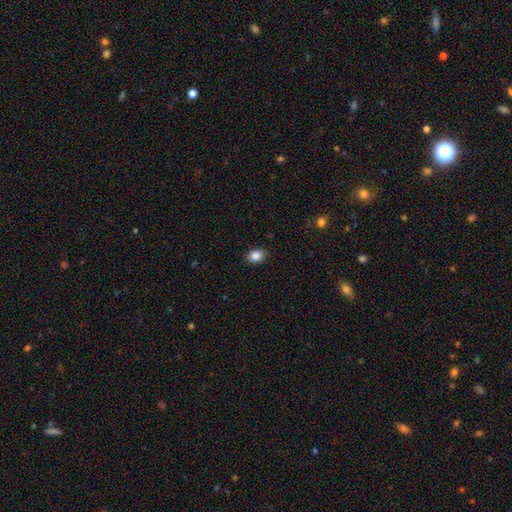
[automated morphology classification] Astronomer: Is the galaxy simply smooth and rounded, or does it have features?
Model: smooth — 87%.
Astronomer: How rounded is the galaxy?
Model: in between — 62%.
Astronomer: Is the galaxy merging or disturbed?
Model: none — 88%.